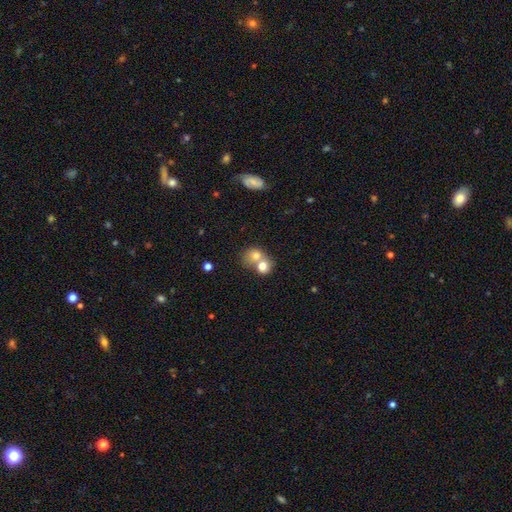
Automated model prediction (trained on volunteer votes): A smooth galaxy with no disk features (74%) that is round (67%). Merging: merger (67%).